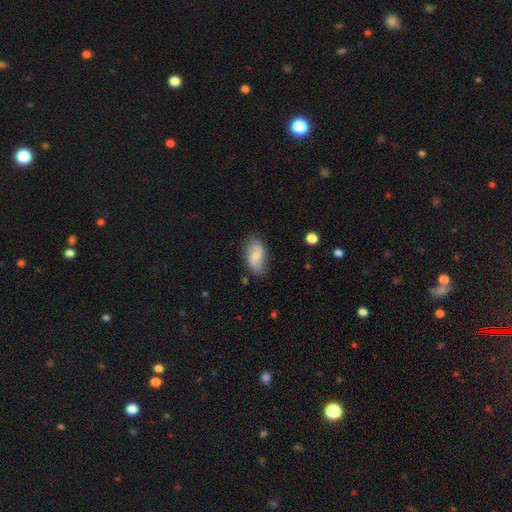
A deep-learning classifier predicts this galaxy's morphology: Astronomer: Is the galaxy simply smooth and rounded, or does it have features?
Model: smooth — 54% (runner-up: featured or disk, 38%).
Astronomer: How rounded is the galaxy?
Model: in between — 91%.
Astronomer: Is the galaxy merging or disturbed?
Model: none — 73%.